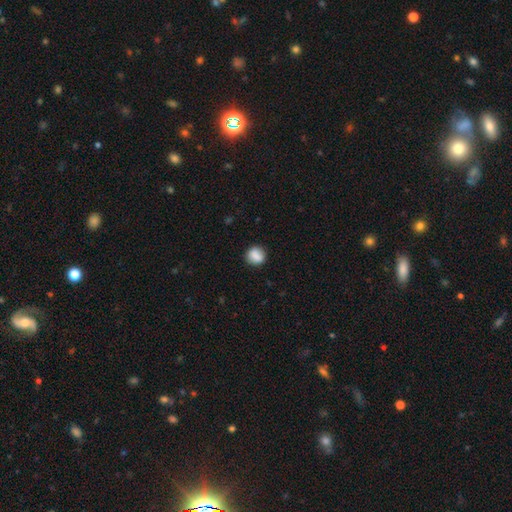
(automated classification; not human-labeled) Smooth or featured? smooth (85%)
How rounded? round (78%)
Merging? none (82%)